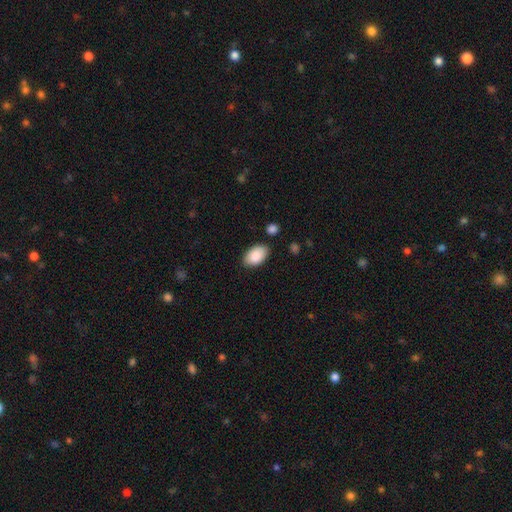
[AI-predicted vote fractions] Overall: smooth (88%). How rounded: in between (93%). Merging: none (84%).